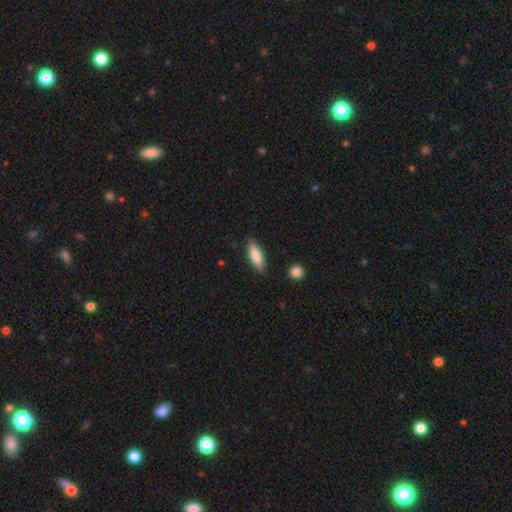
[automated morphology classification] smooth-or-featured: smooth: 80% | featured or disk: 15% | star or artifact: 6%
  how-rounded: in between: 59% | cigar-shaped: 39% | round: 2%
  merging: none: 85% | minor disturbance: 11% | major disturbance: 2% | merger: 2%